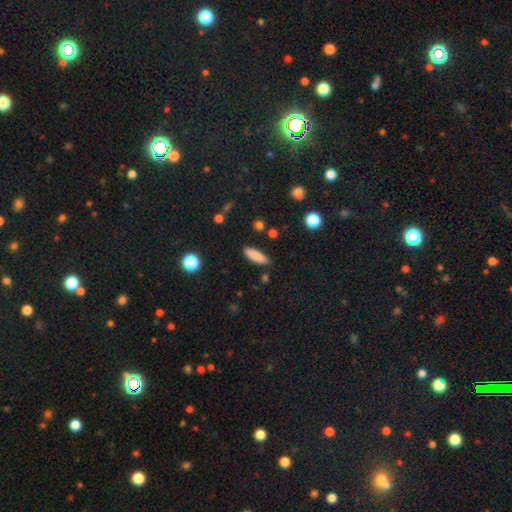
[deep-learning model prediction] smooth 84%, featured or disk 8%, star or artifact 7%. Down the decision tree: how rounded — in between (54%); merging — none (85%).